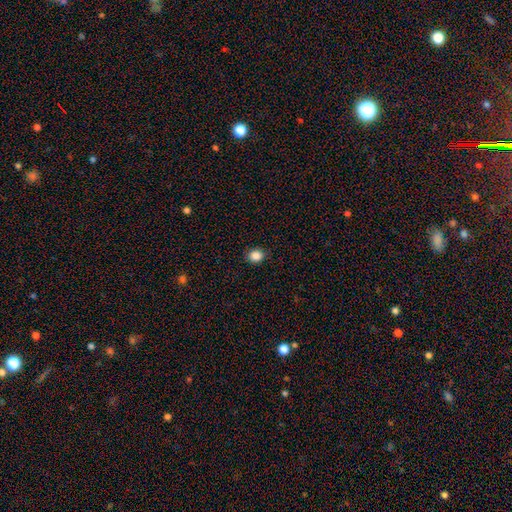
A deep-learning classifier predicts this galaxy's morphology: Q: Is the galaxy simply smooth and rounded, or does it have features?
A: smooth — 86%.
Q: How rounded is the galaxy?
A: round — 71%.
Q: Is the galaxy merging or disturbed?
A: none — 90%.